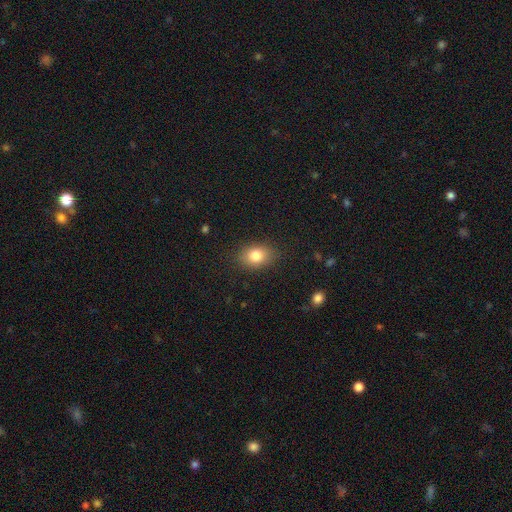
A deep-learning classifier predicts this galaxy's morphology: This is clearly a smooth galaxy (82%). How rounded: likely in between (67%). Merging: clearly none (85%).